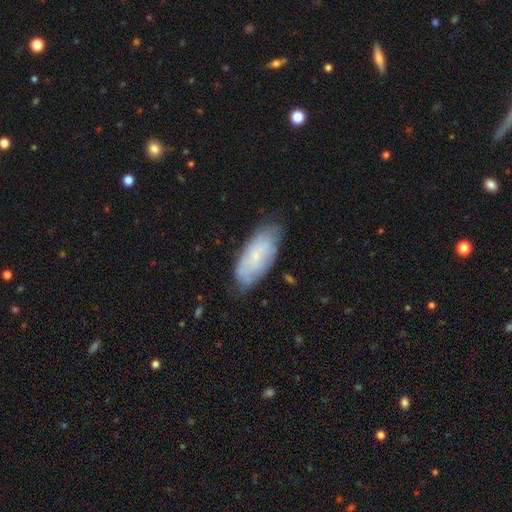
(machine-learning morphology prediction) This appears to be a smooth galaxy with no disk features (57%) that is in between round and cigar-shaped (85%). Merging: none (72%).